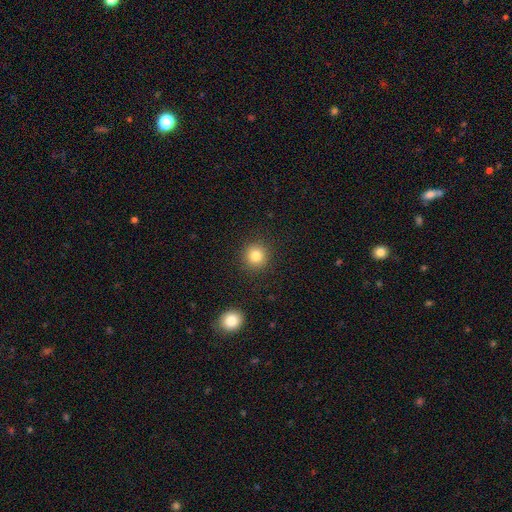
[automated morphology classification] Smooth or featured: smooth — 83% (star or artifact — 11%)
How rounded: round — 92% (in between — 7%)
Merging: none — 90% (minor disturbance — 6%)